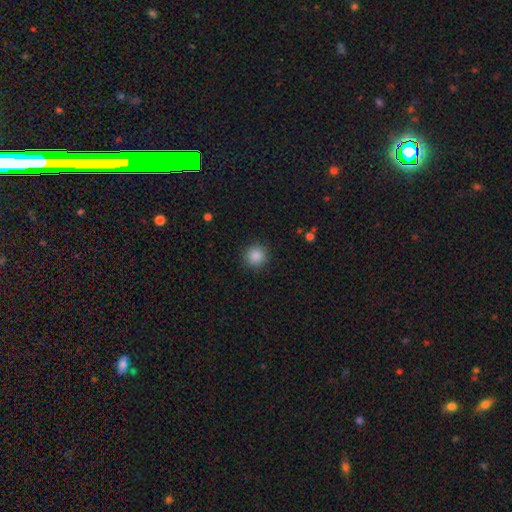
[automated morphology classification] A smooth galaxy with no disk features (88%) that is round (94%). Merging: none (91%).